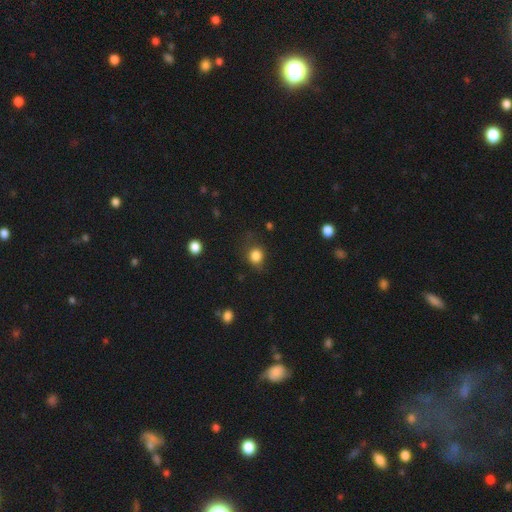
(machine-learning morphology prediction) smooth_or_featured: smooth (p=0.83) [alt: star or artifact p=0.11]
how_rounded: round (p=0.72) [alt: in between p=0.27]
merging: none (p=0.69) [alt: minor disturbance p=0.21]